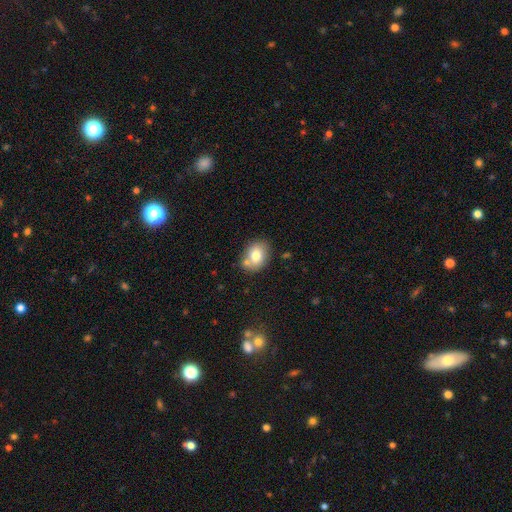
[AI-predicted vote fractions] This is likely a smooth galaxy (77%). How rounded: likely in between (60%). Merging: likely none (67%).